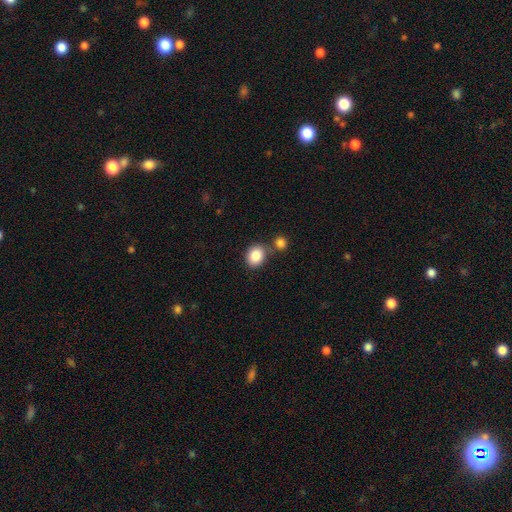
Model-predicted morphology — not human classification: Smooth or featured?
  - smooth: 86% *
  - star or artifact: 8%
  - featured or disk: 6%
How rounded?
  - round: 52% *
  - in between: 47%
  - cigar-shaped: 1%
Merging?
  - none: 65% *
  - merger: 20%
  - minor disturbance: 12%
  - major disturbance: 3%